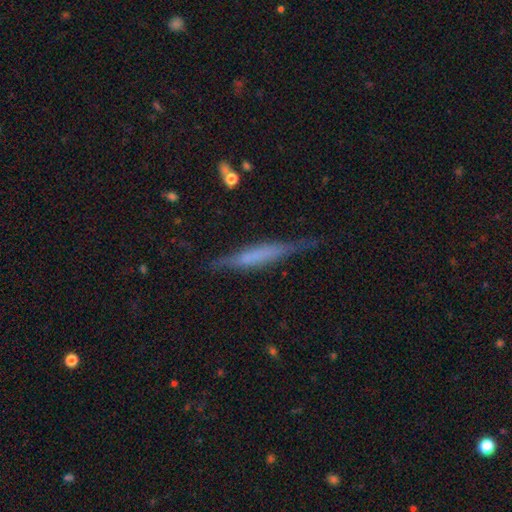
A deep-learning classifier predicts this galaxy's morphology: smooth_or_featured: featured or disk (p=0.57) [alt: smooth p=0.36]
disk_edge_on: yes (p=0.94) [alt: no p=0.06]
edge_on_bulge: none (p=0.45) [alt: boxy p=0.33]
merging: none (p=0.74) [alt: minor disturbance p=0.19]